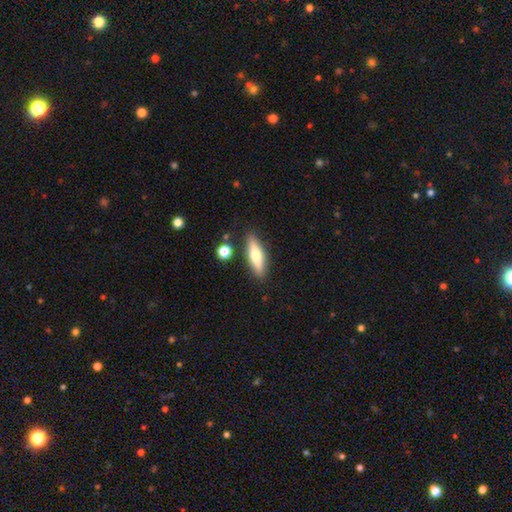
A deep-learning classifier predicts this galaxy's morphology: This is possibly a smooth galaxy (53%). How rounded: likely cigar-shaped (61%). Merging: clearly none (85%).